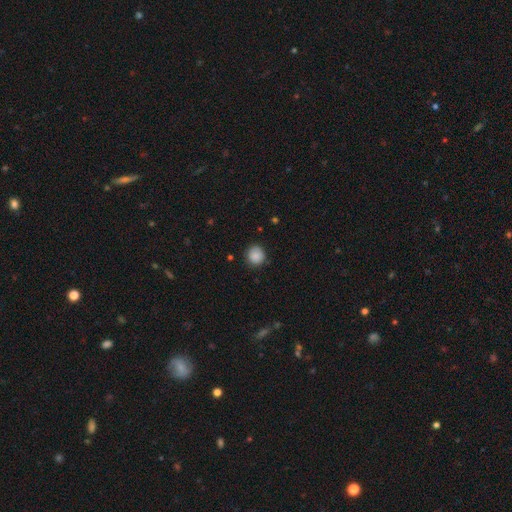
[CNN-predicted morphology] smooth 87%, star or artifact 9%, featured or disk 4%. Down the decision tree: how rounded — round (90%); merging — none (84%).